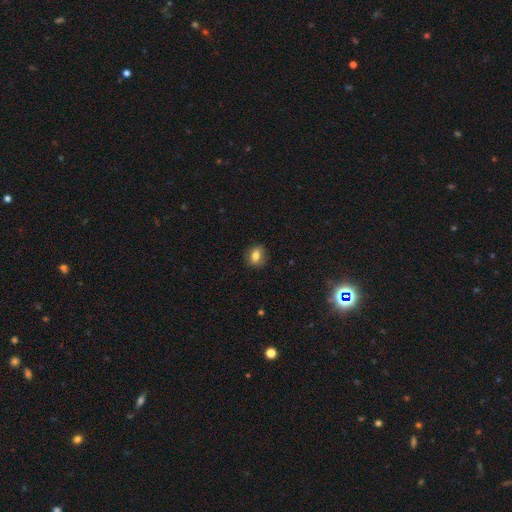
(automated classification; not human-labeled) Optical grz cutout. It shows a smooth galaxy with no disk features (72%) that is in between round and cigar-shaped (54%). Merging: none (84%).